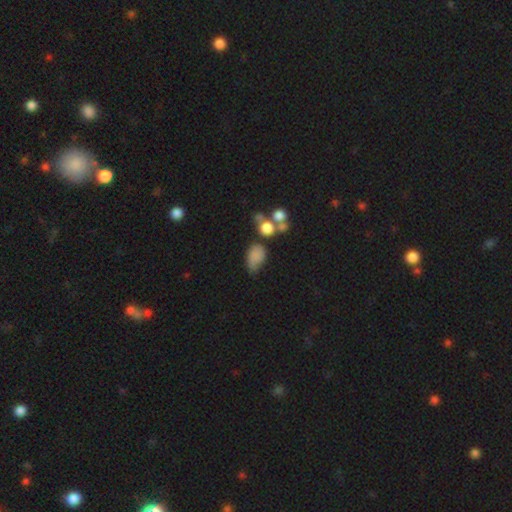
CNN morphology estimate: Smooth or featured: smooth — 72% (featured or disk — 16%)
How rounded: in between — 81% (round — 17%)
Merging: none — 30% (minor disturbance — 28%)